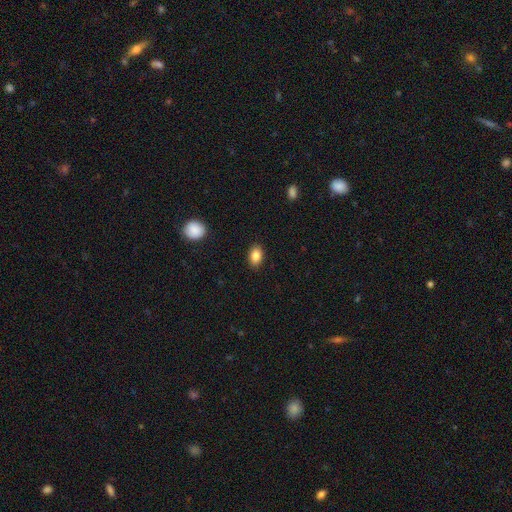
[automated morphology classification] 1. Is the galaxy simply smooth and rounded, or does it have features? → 85% smooth, 8% star or artifact, 6% featured or disk.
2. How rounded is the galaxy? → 85% in between, 14% round, 1% cigar-shaped.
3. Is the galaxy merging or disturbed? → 89% none, 8% minor disturbance, 2% major disturbance, 1% merger.